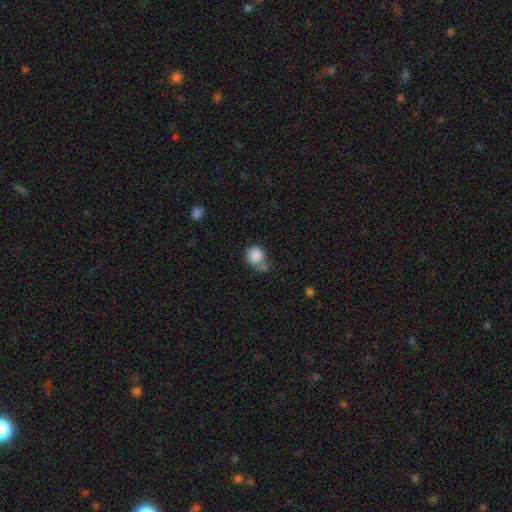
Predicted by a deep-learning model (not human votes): Smooth or featured? smooth (87%)
How rounded? round (86%)
Merging? none (49%)